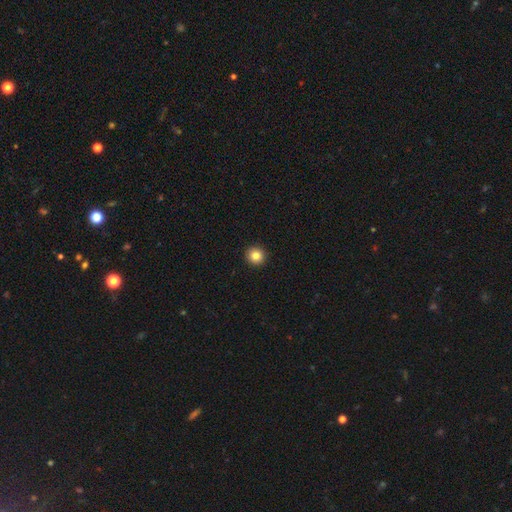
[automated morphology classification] smooth_or_featured: smooth (p=0.83) [alt: star or artifact p=0.10]
how_rounded: round (p=0.94) [alt: in between p=0.05]
merging: none (p=0.94) [alt: minor disturbance p=0.04]